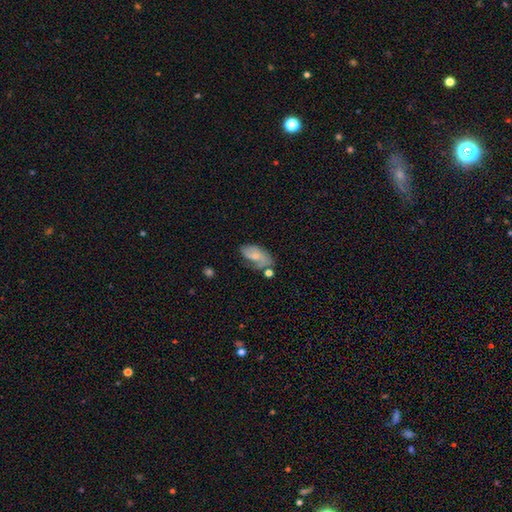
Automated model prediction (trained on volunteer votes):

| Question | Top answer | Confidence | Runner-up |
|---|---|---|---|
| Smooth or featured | smooth | 48% | featured or disk (45%) |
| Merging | none | 46% | minor disturbance (29%) |